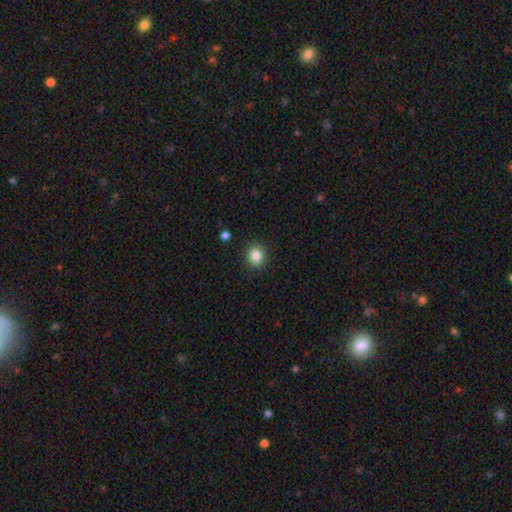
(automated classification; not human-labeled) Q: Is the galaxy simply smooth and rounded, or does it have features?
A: smooth — 85%.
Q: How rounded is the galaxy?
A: round — 84%.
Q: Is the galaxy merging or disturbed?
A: none — 90%.